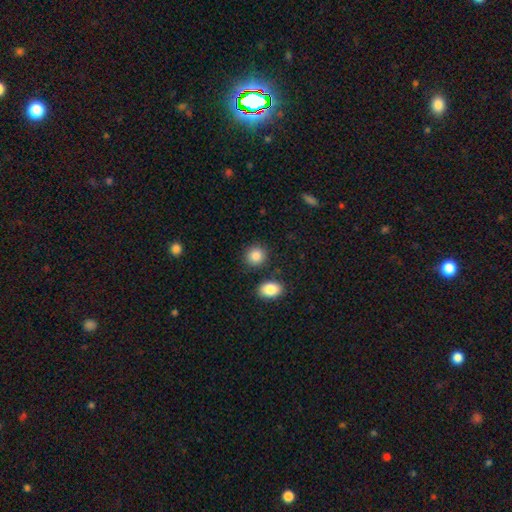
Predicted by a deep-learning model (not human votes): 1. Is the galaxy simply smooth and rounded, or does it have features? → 87% smooth, 8% star or artifact, 5% featured or disk.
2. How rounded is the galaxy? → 79% round, 20% in between, 1% cigar-shaped.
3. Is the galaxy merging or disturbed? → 85% none, 8% minor disturbance, 5% merger, 3% major disturbance.